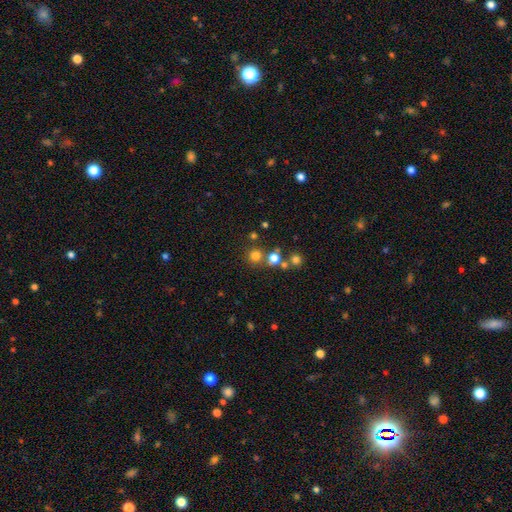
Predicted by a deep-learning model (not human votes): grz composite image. It shows a smooth galaxy with no disk features (73%) that is round (92%). Merging: none (71%).